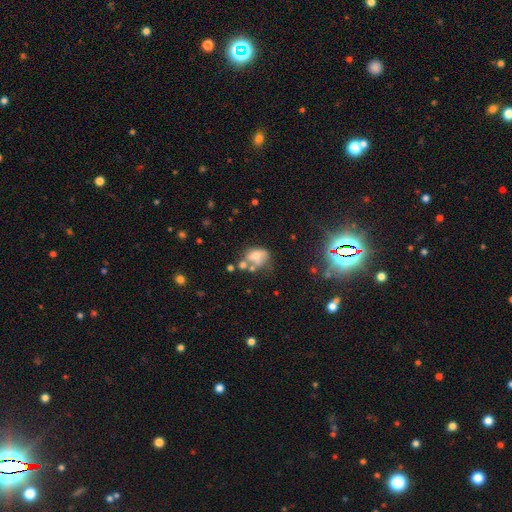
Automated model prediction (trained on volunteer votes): smooth 47%, featured or disk 38%, star or artifact 15%. Down the decision tree: merging — merger (34%).